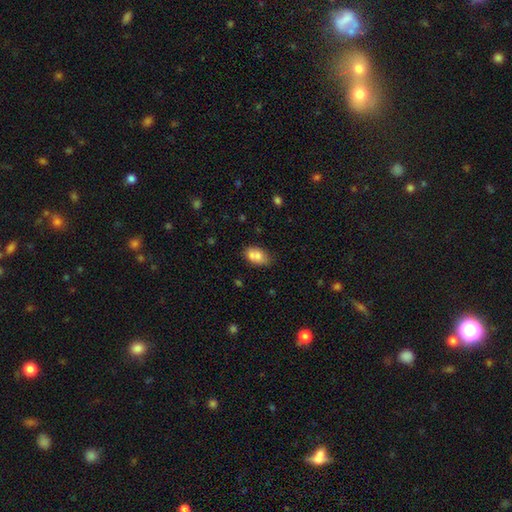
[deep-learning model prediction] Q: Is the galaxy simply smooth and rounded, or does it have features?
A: smooth — 73%.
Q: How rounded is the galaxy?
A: in between — 84%.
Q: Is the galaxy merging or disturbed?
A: none — 47%.